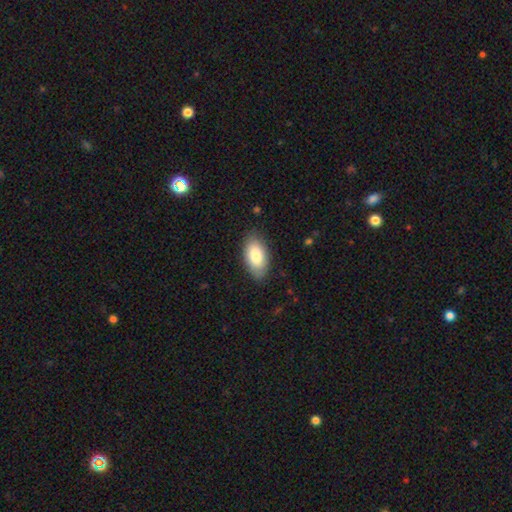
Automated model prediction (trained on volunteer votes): A smooth galaxy with no disk features (82%) that is in between round and cigar-shaped (94%). Merging: none (83%).